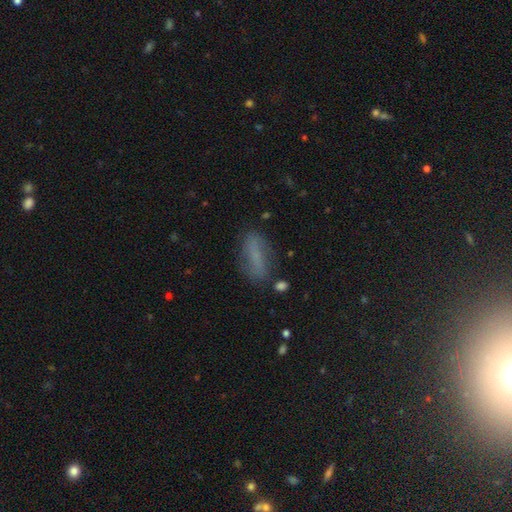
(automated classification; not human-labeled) Smooth or featured? smooth (63%)
How rounded? in between (59%)
Merging? none (75%)